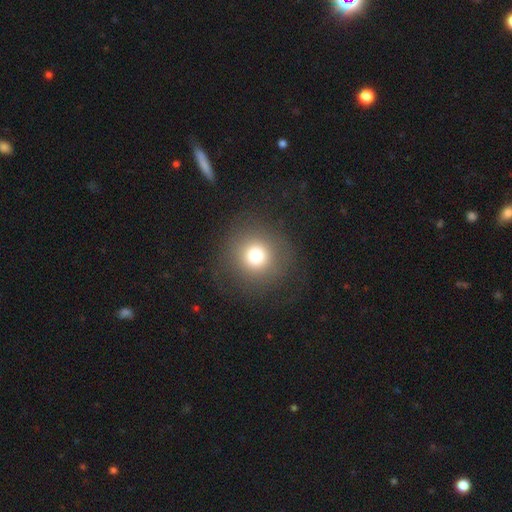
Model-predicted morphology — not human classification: Q: Smooth or featured?
A: smooth (74%); runner-up: star or artifact (15%)
Q: How rounded?
A: round (93%); runner-up: in between (6%)
Q: Merging?
A: none (83%); runner-up: minor disturbance (9%)